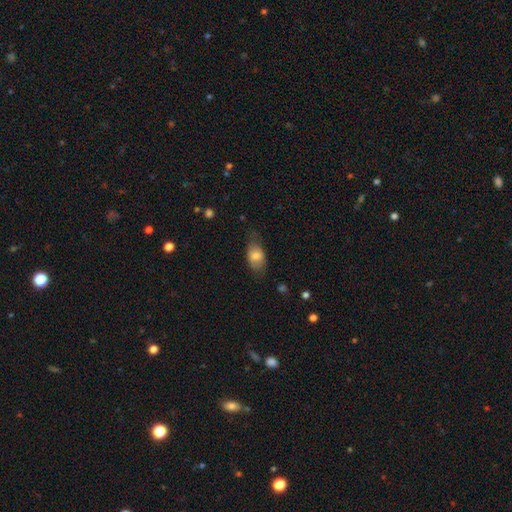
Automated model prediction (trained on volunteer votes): Smooth or featured? smooth (73%)
How rounded? in between (86%)
Merging? none (60%)